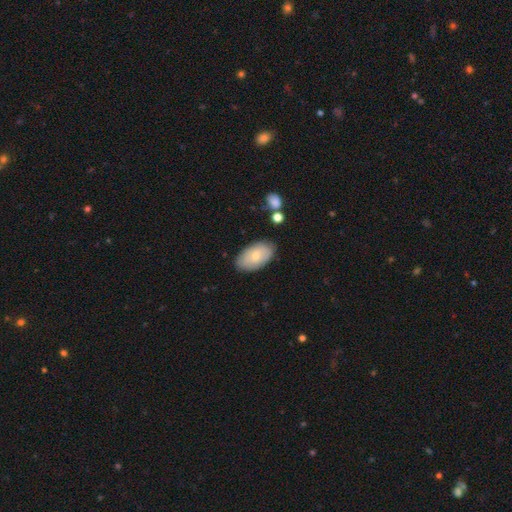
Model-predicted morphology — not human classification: This appears to be a smooth galaxy with no disk features (63%) that is in between round and cigar-shaped (94%). Merging: none (81%).